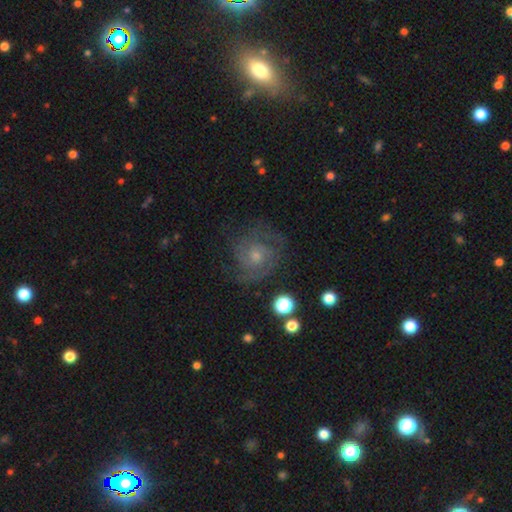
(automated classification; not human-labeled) smooth_or_featured: featured or disk (p=0.77) [alt: smooth p=0.15]
disk_edge_on: no (p=0.98) [alt: yes p=0.02]
bar: no (p=0.74) [alt: weak p=0.23]
has_spiral_arms: yes (p=0.93) [alt: no p=0.07]
spiral_winding: tight (p=0.55) [alt: medium p=0.36]
spiral_arm_count: 2 (p=0.42) [alt: can't tell p=0.24]
bulge_size: small (p=0.47) [alt: moderate p=0.43]
merging: none (p=0.70) [alt: minor disturbance p=0.17]